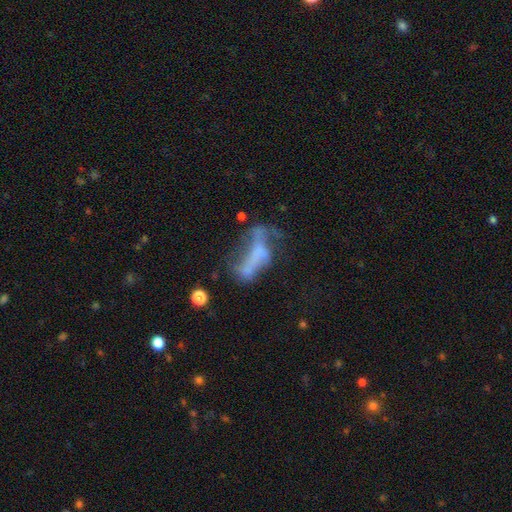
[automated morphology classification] smooth-or-featured: featured or disk: 52% | smooth: 31% | star or artifact: 17%
  disk-edge-on: no: 87% | yes: 13%
  merging: major disturbance: 41% | none: 26% | minor disturbance: 17% | merger: 17%